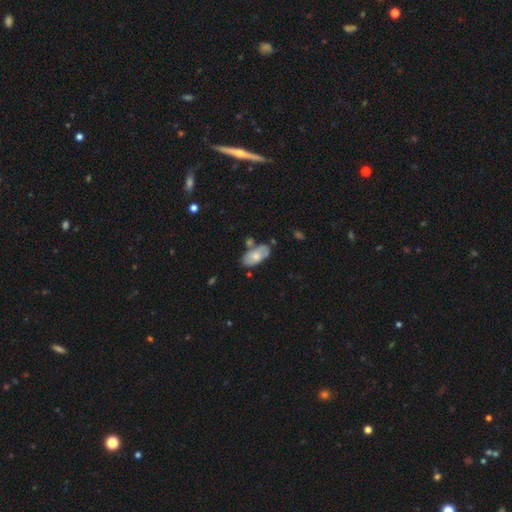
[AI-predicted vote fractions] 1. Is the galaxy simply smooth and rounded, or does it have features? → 66% smooth, 28% featured or disk, 6% star or artifact.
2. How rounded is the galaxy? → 93% in between, 4% cigar-shaped, 3% round.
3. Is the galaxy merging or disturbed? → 59% none, 22% minor disturbance, 14% merger, 6% major disturbance.